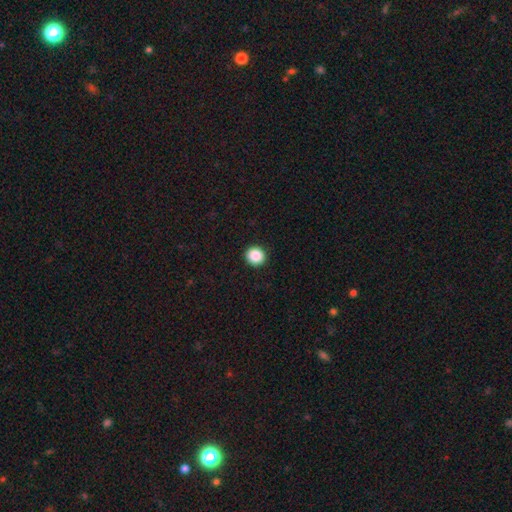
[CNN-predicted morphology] smooth-or-featured: smooth: 88% | star or artifact: 9% | featured or disk: 3%
  how-rounded: round: 93% | in between: 6% | cigar-shaped: 1%
  merging: none: 93% | minor disturbance: 4% | major disturbance: 1% | merger: 1%